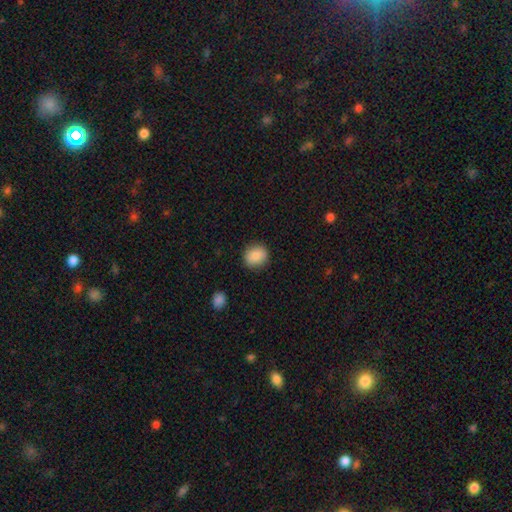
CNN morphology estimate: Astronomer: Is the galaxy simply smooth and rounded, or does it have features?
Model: smooth — 87%.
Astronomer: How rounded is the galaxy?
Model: round — 78%.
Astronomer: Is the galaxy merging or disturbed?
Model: none — 89%.